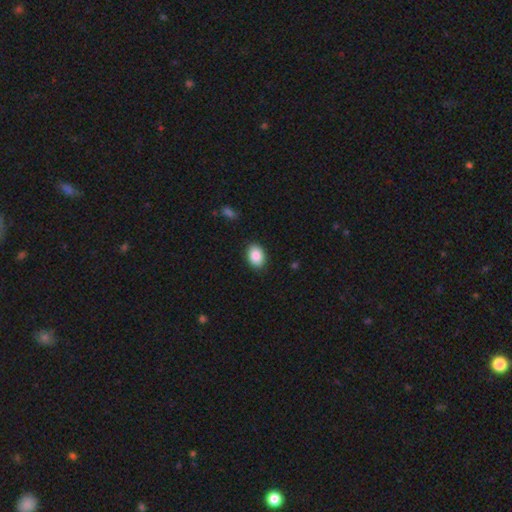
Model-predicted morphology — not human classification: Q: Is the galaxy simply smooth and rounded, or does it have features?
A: smooth — 89%.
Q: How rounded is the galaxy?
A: in between — 77%.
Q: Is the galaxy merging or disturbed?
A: none — 88%.